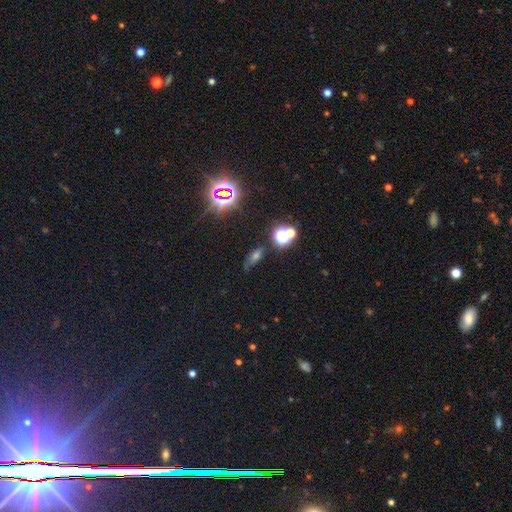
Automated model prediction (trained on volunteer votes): Morphology: type=star or artifact (45%).